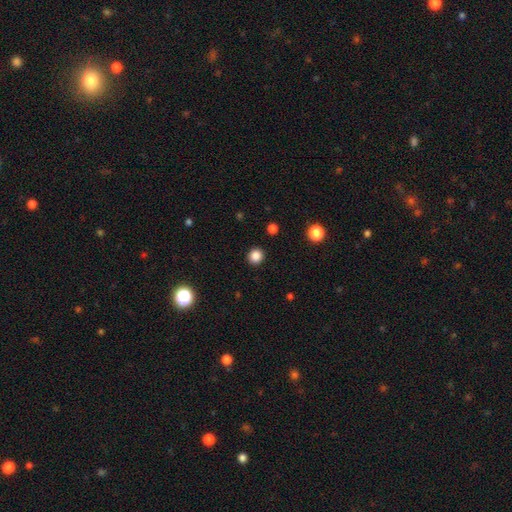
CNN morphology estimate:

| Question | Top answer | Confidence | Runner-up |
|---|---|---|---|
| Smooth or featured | smooth | 85% | star or artifact (12%) |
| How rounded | round | 89% | in between (10%) |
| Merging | none | 92% | minor disturbance (5%) |